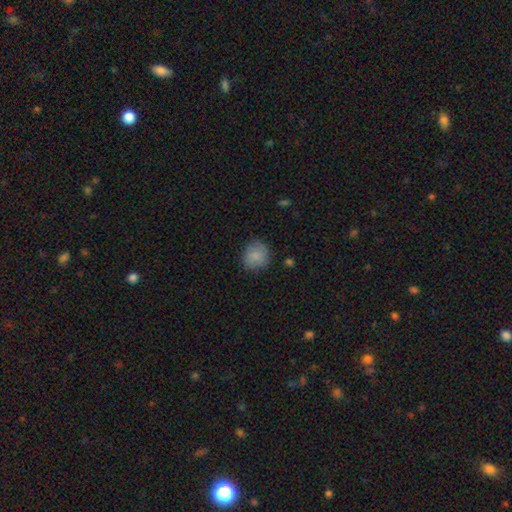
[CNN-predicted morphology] Smooth or featured: smooth — 84% (star or artifact — 8%)
How rounded: round — 83% (in between — 16%)
Merging: none — 80% (minor disturbance — 15%)